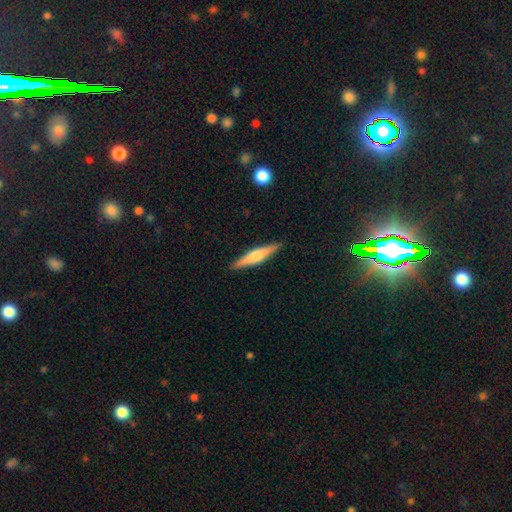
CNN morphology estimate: Q: Smooth or featured?
A: featured or disk (52%); runner-up: smooth (42%)
Q: Edge-on disk?
A: yes (96%); runner-up: no (4%)
Q: Edge-on bulge?
A: rounded (79%); runner-up: boxy (13%)
Q: Merging?
A: none (90%); runner-up: minor disturbance (7%)